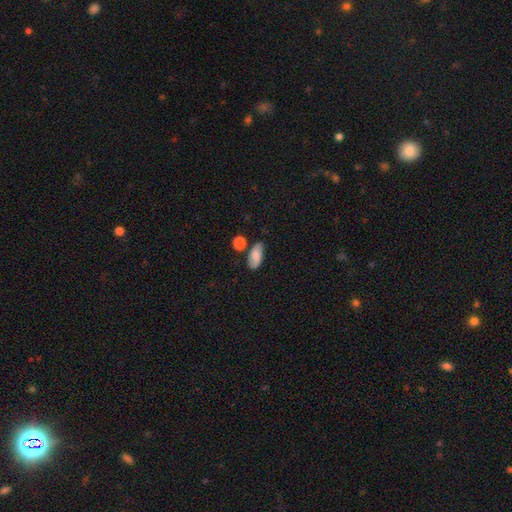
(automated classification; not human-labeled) A smooth galaxy with no disk features (66%) that is in between round and cigar-shaped (88%). Merging: none (63%).